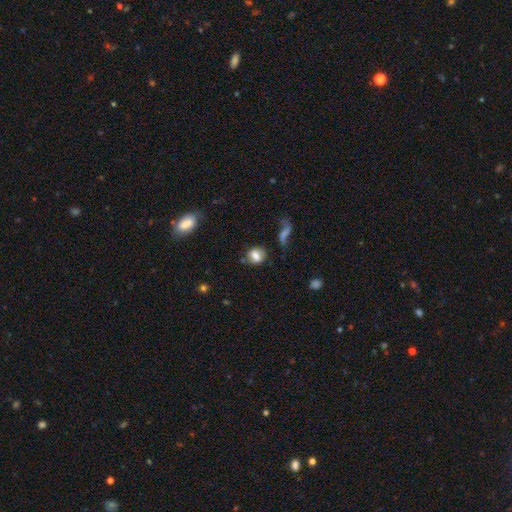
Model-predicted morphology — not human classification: Smooth or featured? smooth (75%)
How rounded? round (49%, tied with in between)
Merging? none (60%)